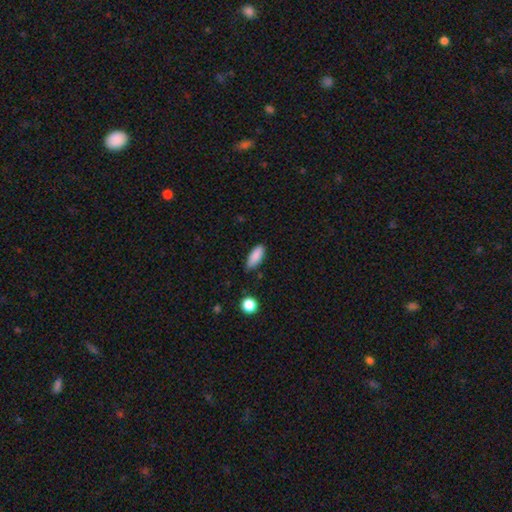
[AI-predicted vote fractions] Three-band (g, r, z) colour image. It shows a smooth galaxy with no disk features (87%) that is in between round and cigar-shaped (75%). Merging: none (75%).